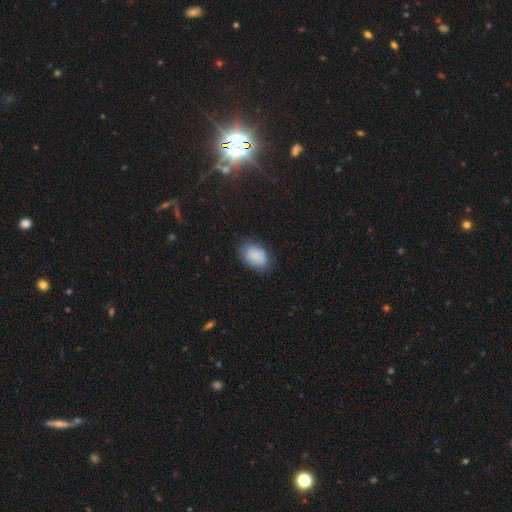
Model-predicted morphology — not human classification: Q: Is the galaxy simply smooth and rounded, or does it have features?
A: smooth — 82%.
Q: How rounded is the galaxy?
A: in between — 87%.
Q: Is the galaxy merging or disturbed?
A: none — 76%.